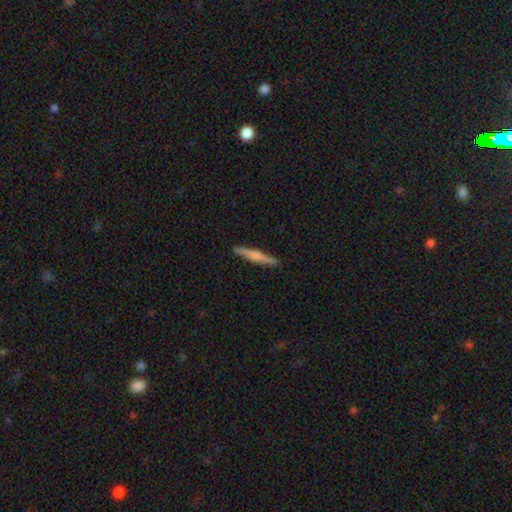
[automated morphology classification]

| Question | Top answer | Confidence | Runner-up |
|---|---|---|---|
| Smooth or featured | smooth | 49% | featured or disk (46%) |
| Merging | none | 91% | minor disturbance (7%) |